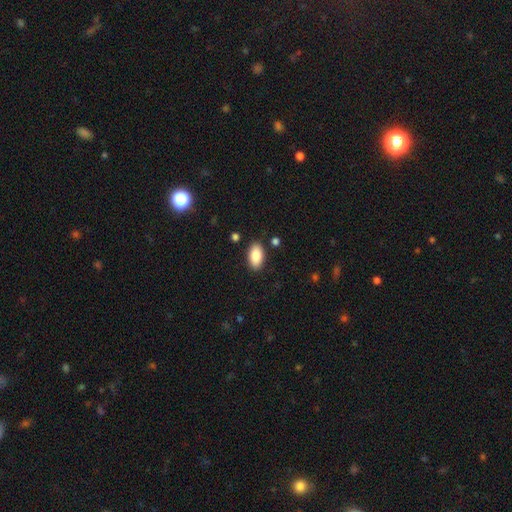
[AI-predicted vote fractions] A smooth galaxy with no disk features (86%) that is in between round and cigar-shaped (94%). Merging: none (86%).